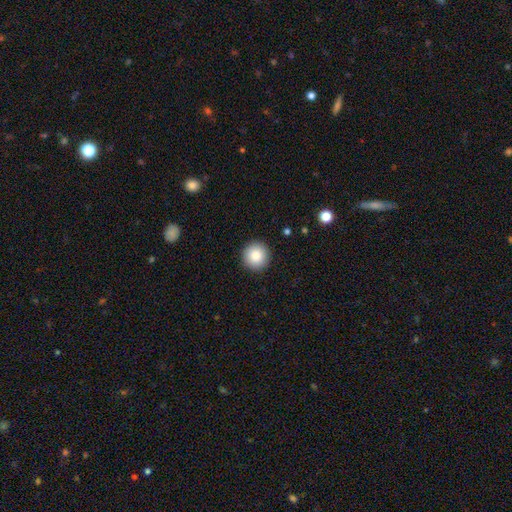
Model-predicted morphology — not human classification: Smooth or featured?
  - smooth: 87% *
  - star or artifact: 8%
  - featured or disk: 5%
How rounded?
  - round: 96% *
  - in between: 3%
  - cigar-shaped: 1%
Merging?
  - none: 93% *
  - minor disturbance: 5%
  - major disturbance: 2%
  - merger: 1%